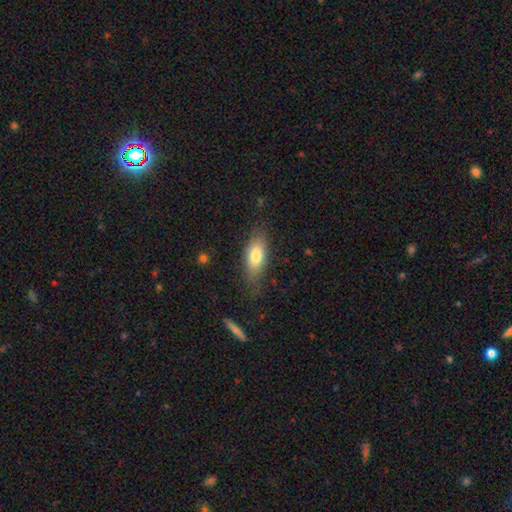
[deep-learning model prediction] smooth-or-featured: smooth: 77% | featured or disk: 16% | star or artifact: 7%
  how-rounded: in between: 79% | cigar-shaped: 17% | round: 3%
  merging: none: 74% | minor disturbance: 19% | major disturbance: 6% | merger: 2%